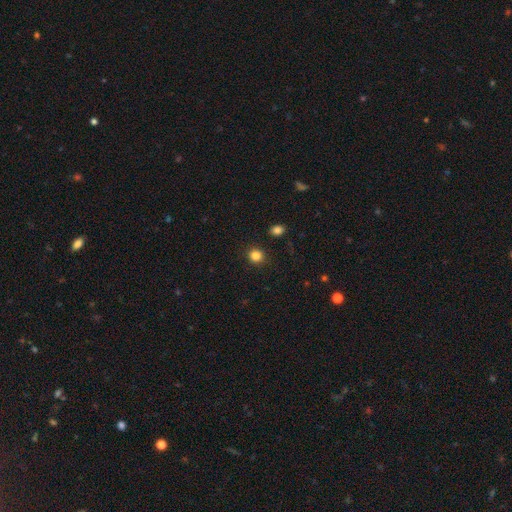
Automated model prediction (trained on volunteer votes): This is clearly a smooth galaxy (84%). How rounded: clearly round (89%). Merging: clearly none (90%).